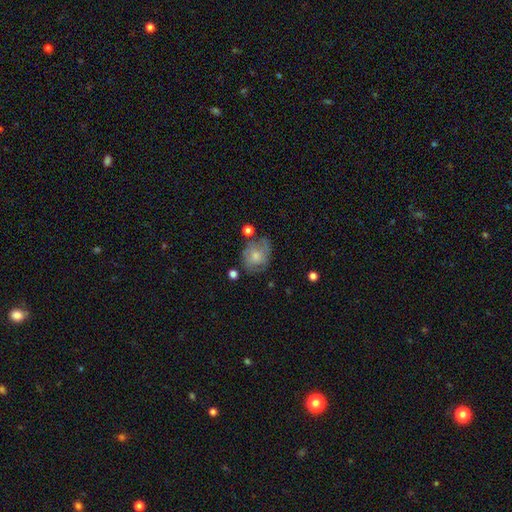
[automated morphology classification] This appears to be a smooth galaxy with no disk features (50%) that is round (54%). Merging: none (52%).